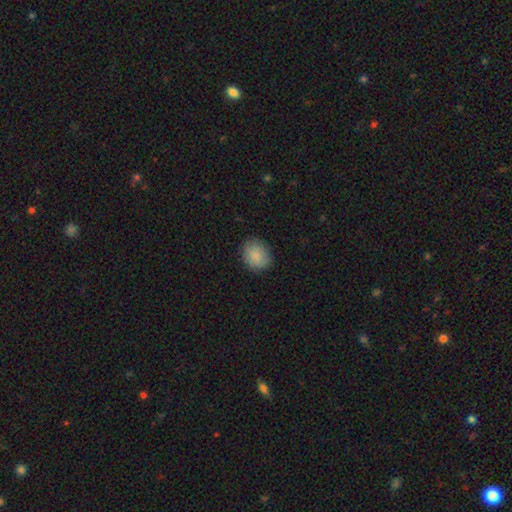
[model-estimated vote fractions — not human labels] Morphology: type=smooth (85%); roundness=round (54%); merging=none (82%).